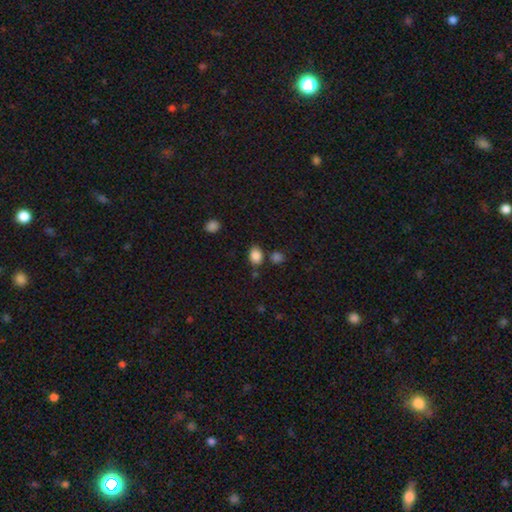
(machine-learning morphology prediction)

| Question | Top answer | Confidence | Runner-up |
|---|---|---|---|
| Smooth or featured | smooth | 86% | star or artifact (10%) |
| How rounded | in between | 69% | round (30%) |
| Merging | none | 74% | minor disturbance (13%) |